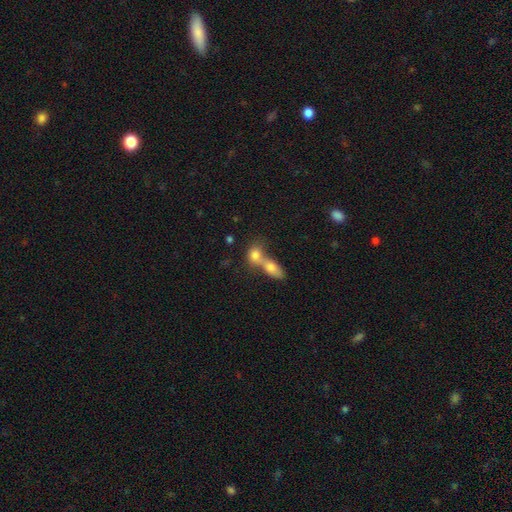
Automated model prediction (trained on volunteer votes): Smooth or featured? Predicted: smooth (p=0.77). How rounded? Predicted: in between (p=0.60). Merging? Predicted: merger (p=0.69).